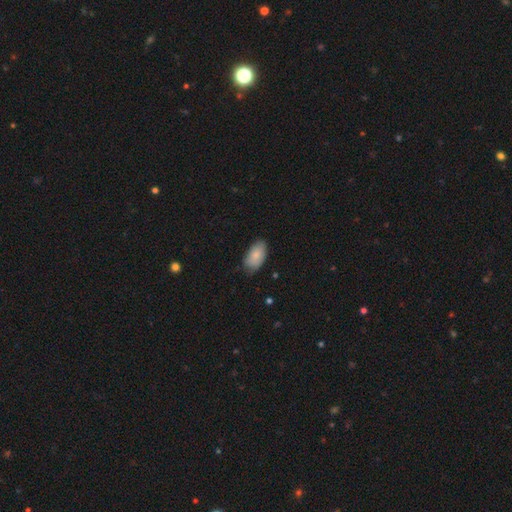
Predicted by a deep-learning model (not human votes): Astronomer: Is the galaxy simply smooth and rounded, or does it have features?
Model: smooth — 83%.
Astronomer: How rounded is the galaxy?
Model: in between — 94%.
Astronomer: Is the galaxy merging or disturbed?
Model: none — 72%.